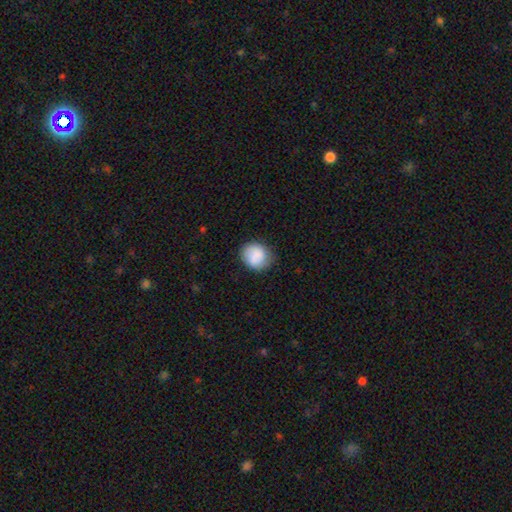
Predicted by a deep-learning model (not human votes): This is clearly a smooth galaxy (84%). How rounded: likely round (75%). Merging: likely none (77%).